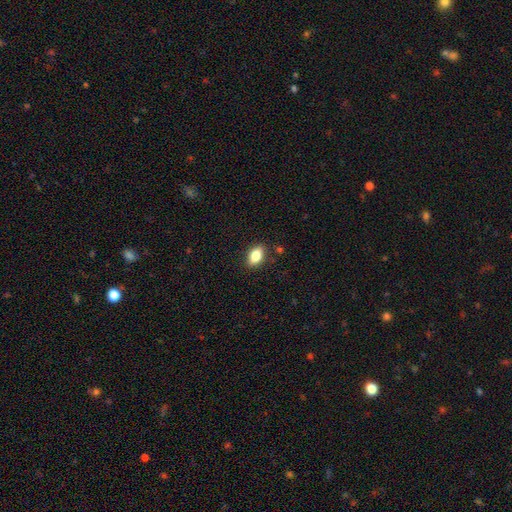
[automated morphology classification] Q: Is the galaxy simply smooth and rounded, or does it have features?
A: smooth — 82%.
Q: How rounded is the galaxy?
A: in between — 87%.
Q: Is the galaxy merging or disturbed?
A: none — 87%.